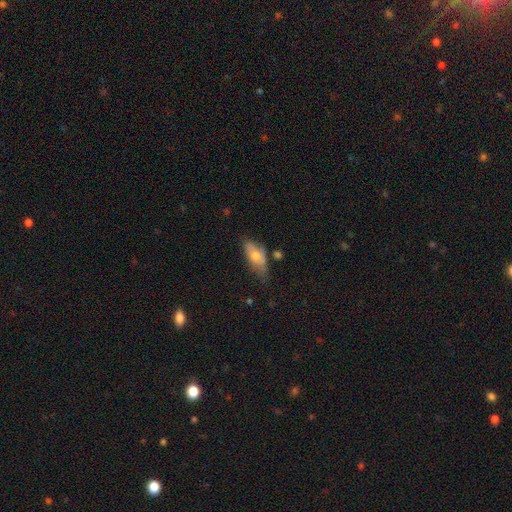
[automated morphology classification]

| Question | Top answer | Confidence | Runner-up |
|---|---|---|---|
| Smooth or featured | smooth | 63% | featured or disk (30%) |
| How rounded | in between | 82% | cigar-shaped (14%) |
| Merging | none | 42% | minor disturbance (36%) |